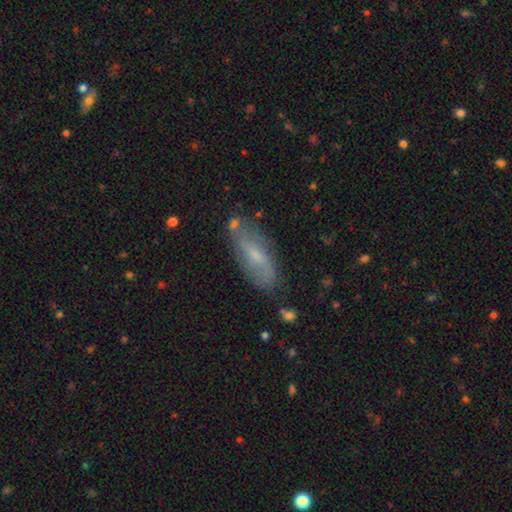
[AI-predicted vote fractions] smooth-or-featured: featured or disk: 52% | smooth: 39% | star or artifact: 8%
  disk-edge-on: no: 82% | yes: 18%
  merging: none: 74% | minor disturbance: 18% | major disturbance: 5% | merger: 4%